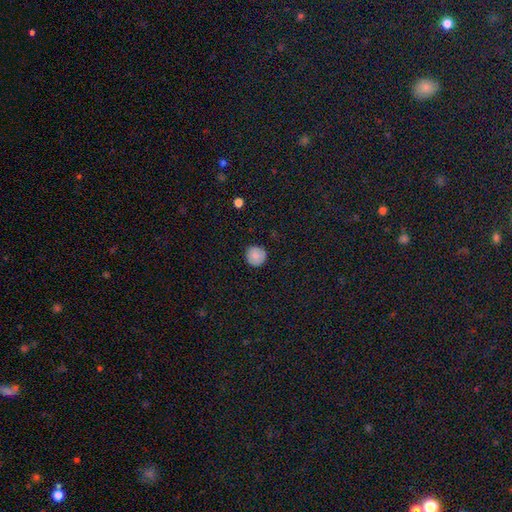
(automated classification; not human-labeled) Q: Smooth or featured?
A: smooth (85%); runner-up: star or artifact (9%)
Q: How rounded?
A: round (95%); runner-up: in between (4%)
Q: Merging?
A: none (88%); runner-up: minor disturbance (9%)